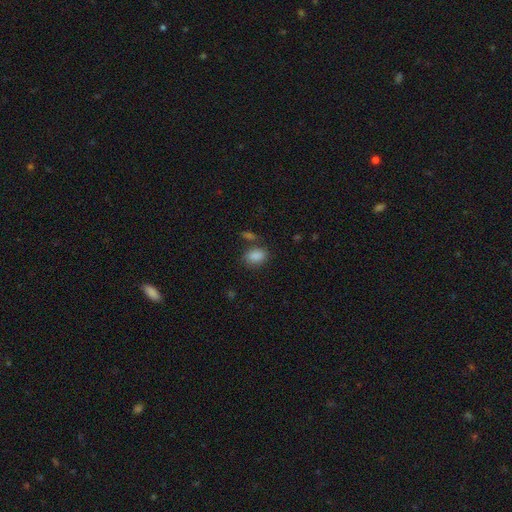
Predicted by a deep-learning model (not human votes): Overall: smooth (87%). How rounded: in between (77%). Merging: none (71%).